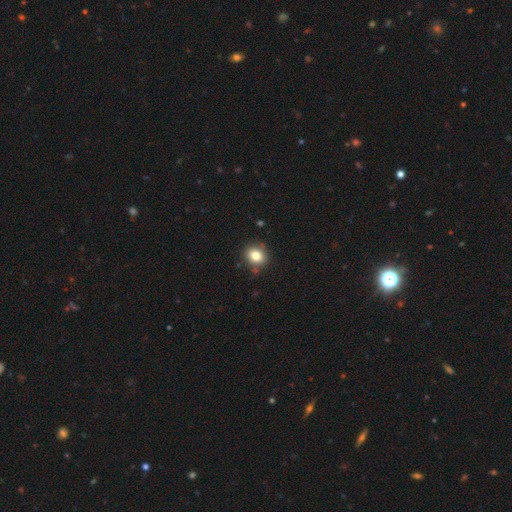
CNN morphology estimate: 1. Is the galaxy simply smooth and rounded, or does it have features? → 81% smooth, 11% star or artifact, 8% featured or disk.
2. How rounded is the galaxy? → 62% round, 37% in between, 1% cigar-shaped.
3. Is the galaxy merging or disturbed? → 83% none, 12% minor disturbance, 3% major disturbance, 3% merger.